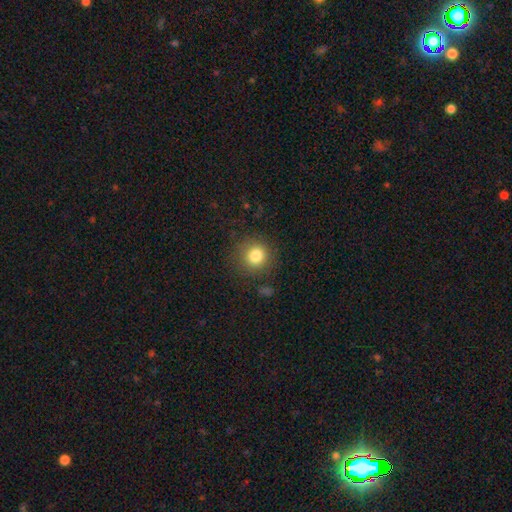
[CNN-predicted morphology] Smooth or featured?
  - smooth: 82% *
  - star or artifact: 11%
  - featured or disk: 7%
How rounded?
  - round: 91% *
  - in between: 8%
  - cigar-shaped: 1%
Merging?
  - none: 85% *
  - minor disturbance: 10%
  - major disturbance: 4%
  - merger: 2%